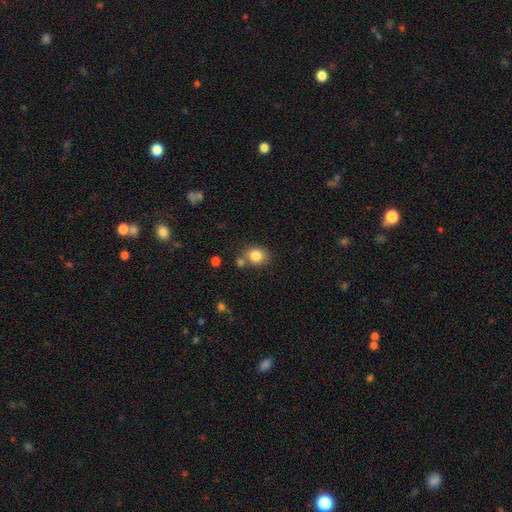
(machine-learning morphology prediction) Overall: smooth (83%). How rounded: round (56%; in between 43%). Merging: none (67%).